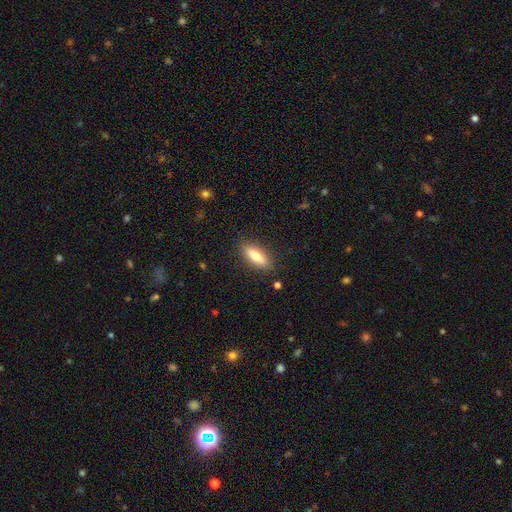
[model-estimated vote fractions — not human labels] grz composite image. It shows a smooth galaxy with no disk features (73%) that is in between round and cigar-shaped (59%). Merging: none (86%).